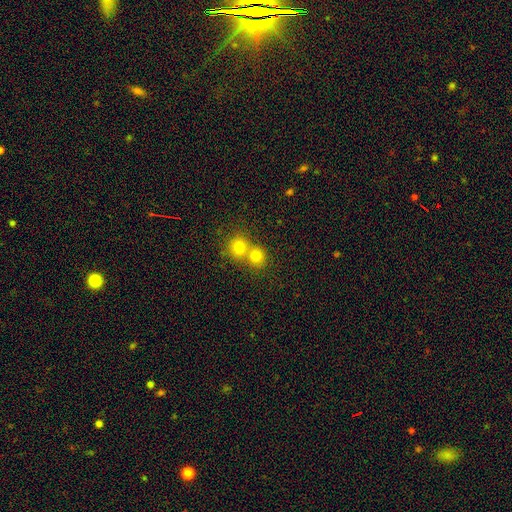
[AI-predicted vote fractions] Smooth or featured: smooth — 78% (star or artifact — 13%)
How rounded: round — 86% (in between — 13%)
Merging: merger — 49% (none — 44%)